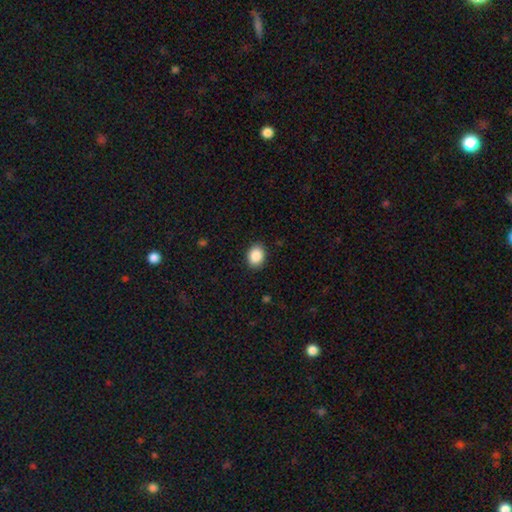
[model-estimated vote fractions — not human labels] Smooth or featured?
  - smooth: 89% *
  - star or artifact: 8%
  - featured or disk: 3%
How rounded?
  - in between: 56% *
  - round: 43%
  - cigar-shaped: 1%
Merging?
  - none: 88% *
  - minor disturbance: 9%
  - major disturbance: 2%
  - merger: 1%